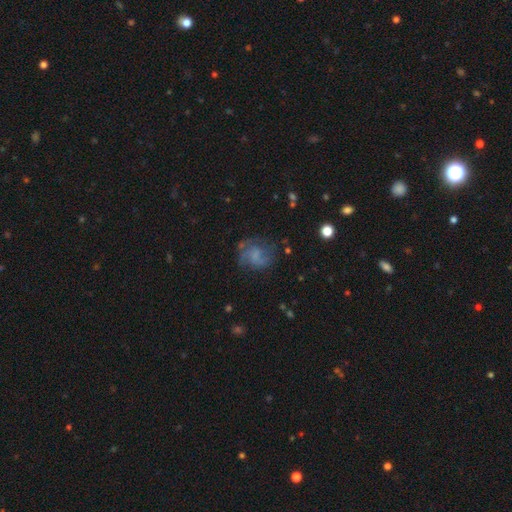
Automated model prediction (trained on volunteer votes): The model was most divided on "smooth or featured": featured or disk: 52%, smooth: 35%, star or artifact: 13%. More confident: edge-on disk — no (98%); spiral arms — yes (75%); bar — no (62%); merging — none (58%); bulge size — none (58%).